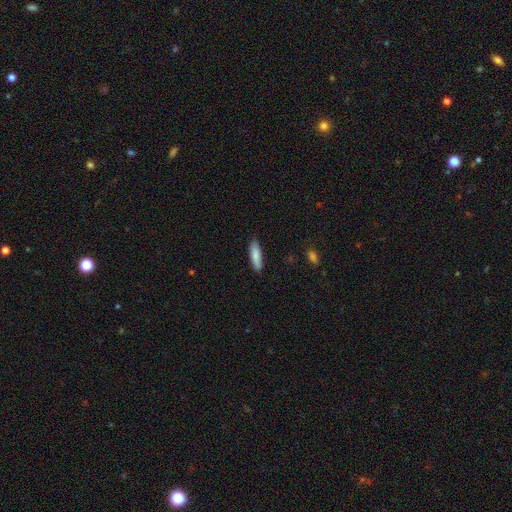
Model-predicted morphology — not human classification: Smooth or featured? smooth (81%)
How rounded? cigar-shaped (58%)
Merging? none (86%)